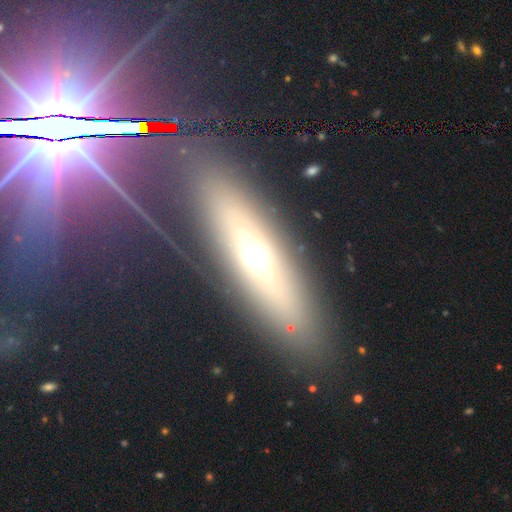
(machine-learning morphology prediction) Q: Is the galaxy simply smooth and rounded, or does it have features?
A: featured or disk — 43%.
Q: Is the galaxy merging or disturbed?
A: none — 87%.